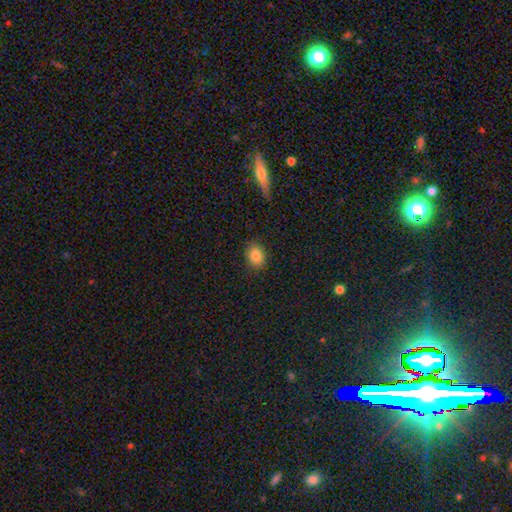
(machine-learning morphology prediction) Overall: smooth (84%). How rounded: in between (57%; round 42%). Merging: none (87%).